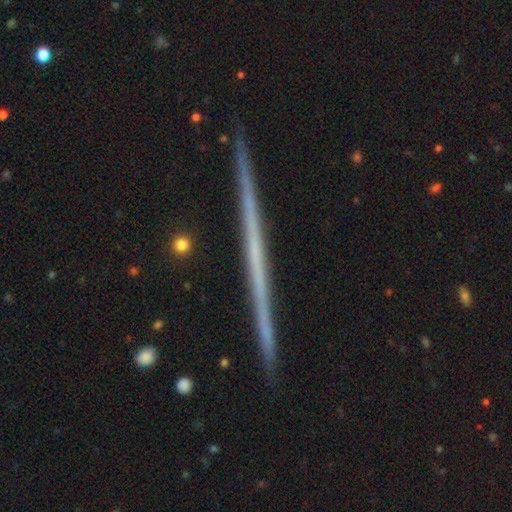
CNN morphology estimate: smooth-or-featured: featured or disk: 67% | smooth: 23% | star or artifact: 10%
  disk-edge-on: yes: 98% | no: 2%
    edge-on-bulge: none: 93% | rounded: 5% | boxy: 3%
  merging: none: 92% | minor disturbance: 5% | major disturbance: 1% | merger: 1%